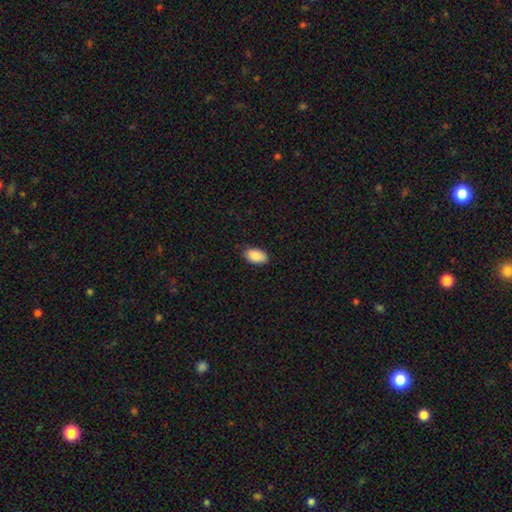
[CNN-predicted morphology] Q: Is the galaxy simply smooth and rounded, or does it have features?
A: smooth — 90%.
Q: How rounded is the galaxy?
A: in between — 94%.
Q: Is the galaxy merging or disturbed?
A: none — 86%.